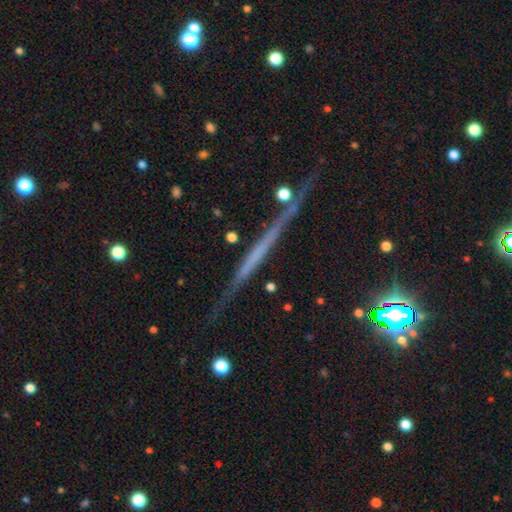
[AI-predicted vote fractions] Smooth or featured: featured or disk — 66% (smooth — 22%)
Edge-on disk: yes — 96% (no — 4%)
Edge-on bulge: none — 83% (rounded — 10%)
Merging: none — 82% (minor disturbance — 12%)